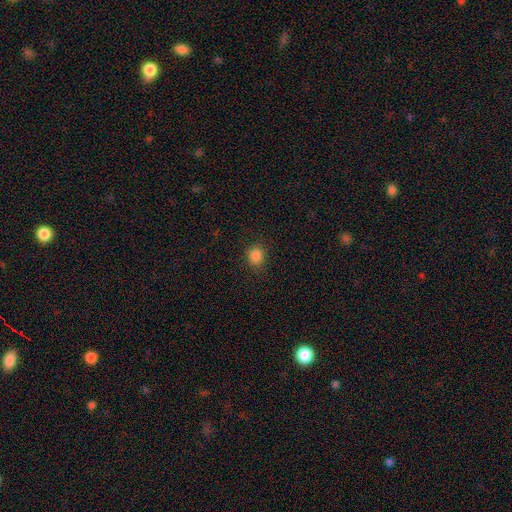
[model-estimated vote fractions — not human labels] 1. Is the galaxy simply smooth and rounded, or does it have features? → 85% smooth, 12% star or artifact, 3% featured or disk.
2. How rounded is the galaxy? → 75% round, 24% in between, 1% cigar-shaped.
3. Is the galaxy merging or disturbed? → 87% none, 9% minor disturbance, 3% major disturbance, 1% merger.